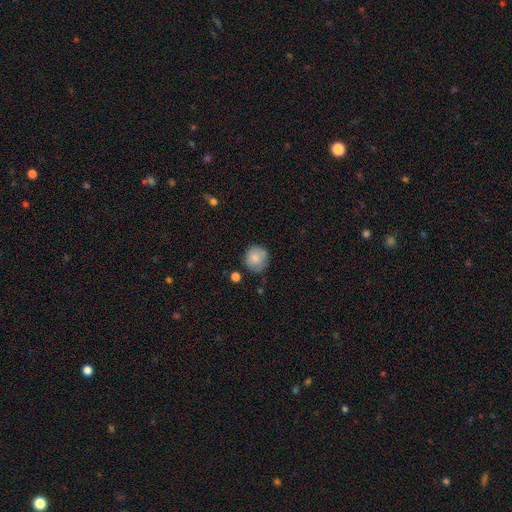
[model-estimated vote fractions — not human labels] Q: Smooth or featured?
A: smooth (82%); runner-up: featured or disk (10%)
Q: How rounded?
A: round (89%); runner-up: in between (10%)
Q: Merging?
A: none (74%); runner-up: minor disturbance (19%)